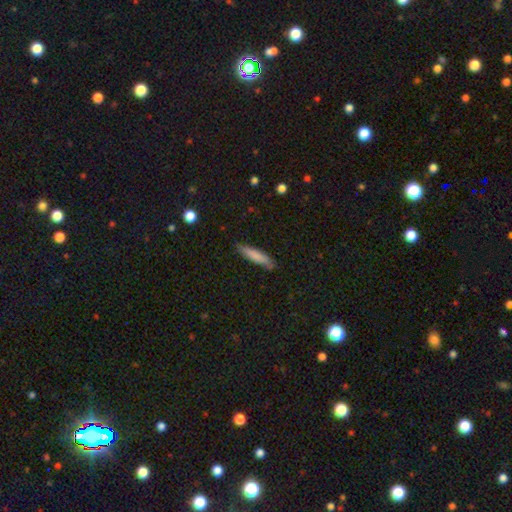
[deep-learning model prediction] Q: Smooth or featured?
A: smooth (79%); runner-up: featured or disk (16%)
Q: How rounded?
A: cigar-shaped (86%); runner-up: in between (13%)
Q: Merging?
A: none (82%); runner-up: minor disturbance (14%)